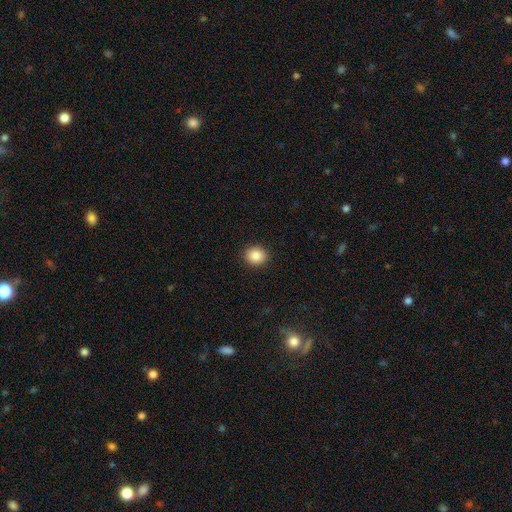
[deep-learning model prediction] Morphology: type=smooth (86%); roundness=round (73%); merging=none (91%).